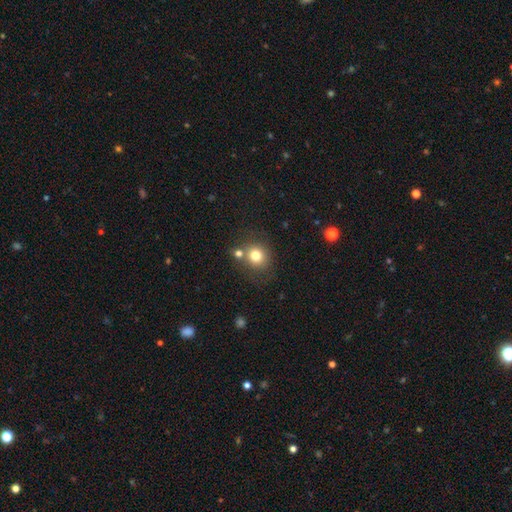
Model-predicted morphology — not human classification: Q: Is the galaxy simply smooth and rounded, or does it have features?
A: smooth — 78%.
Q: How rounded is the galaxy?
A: round — 82%.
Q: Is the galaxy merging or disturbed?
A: none — 65%.